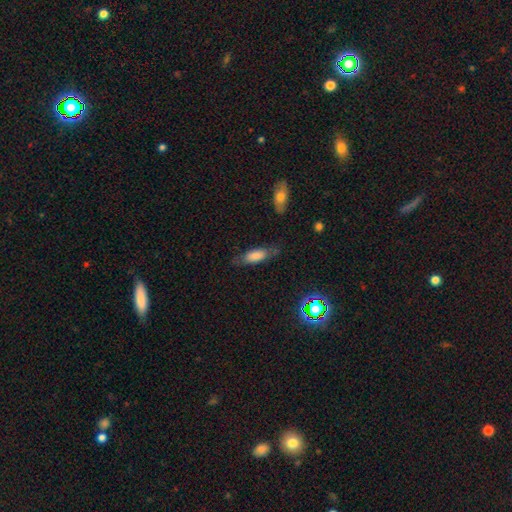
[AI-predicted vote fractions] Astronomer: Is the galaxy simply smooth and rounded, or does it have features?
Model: smooth — 73%.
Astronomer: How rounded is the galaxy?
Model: in between — 65%.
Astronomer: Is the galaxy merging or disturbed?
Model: none — 68%.